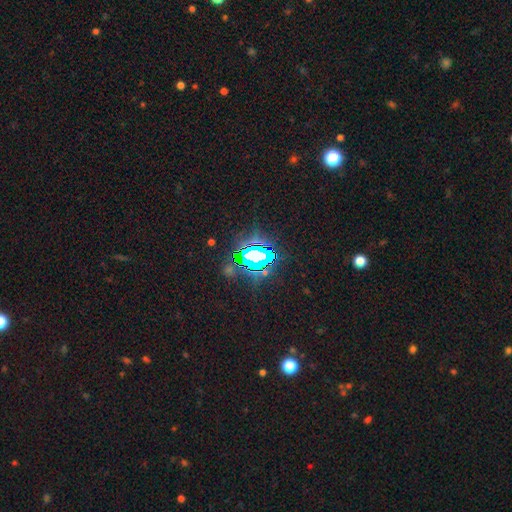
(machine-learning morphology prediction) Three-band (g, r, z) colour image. It shows a star or artifact, not a galaxy (73%).